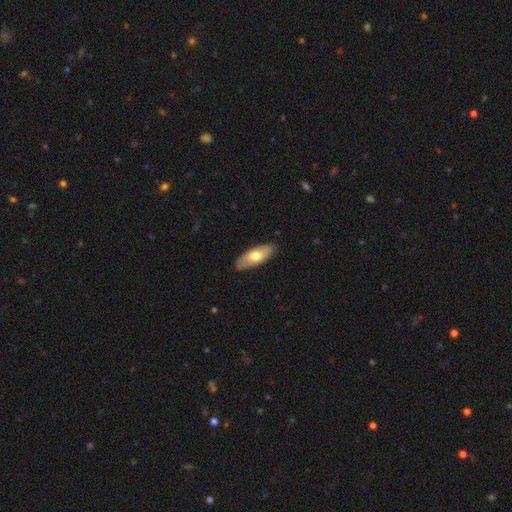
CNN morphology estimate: Smooth or featured?
  - smooth: 66% *
  - featured or disk: 29%
  - star or artifact: 5%
How rounded?
  - in between: 78% *
  - cigar-shaped: 19%
  - round: 2%
Merging?
  - none: 85% *
  - minor disturbance: 12%
  - major disturbance: 2%
  - merger: 1%